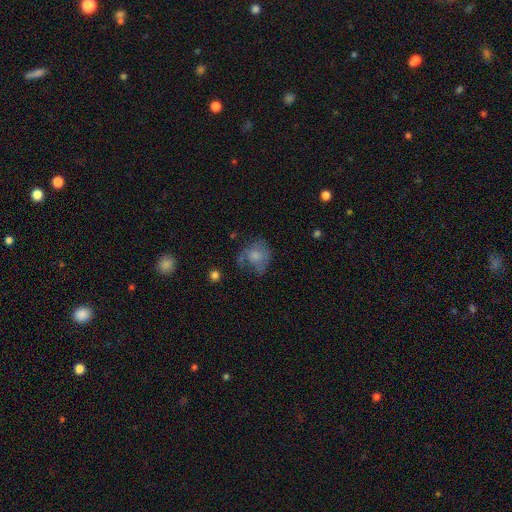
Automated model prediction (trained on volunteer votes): Overall: smooth (62%; featured or disk 28%). How rounded: round (60%; in between 39%). Merging: none (36%; major disturbance 30%).